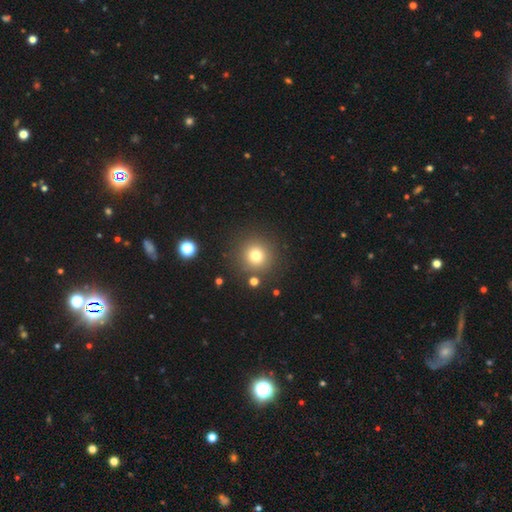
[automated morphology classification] A smooth galaxy with no disk features (76%) that is round (95%).

Vote fractions:
- Smooth or featured? smooth: 76% / star or artifact: 16% / featured or disk: 9%
- How rounded? round: 95% / in between: 4% / cigar-shaped: 1%
- Merging? none: 87% / minor disturbance: 6% / merger: 3% / major disturbance: 3%